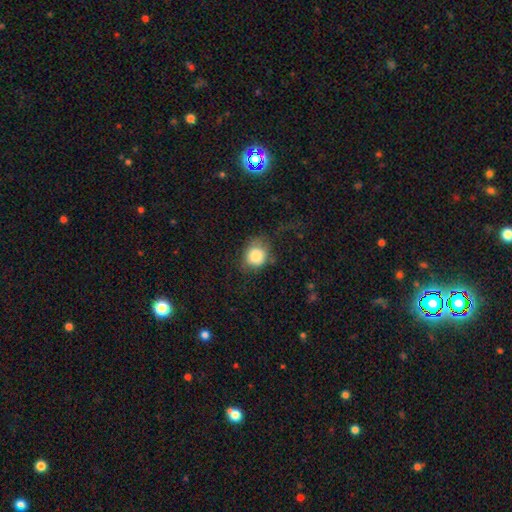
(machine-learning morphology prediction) smooth 82%, featured or disk 10%, star or artifact 9%. Down the decision tree: how rounded — round (69%); merging — none (51%).